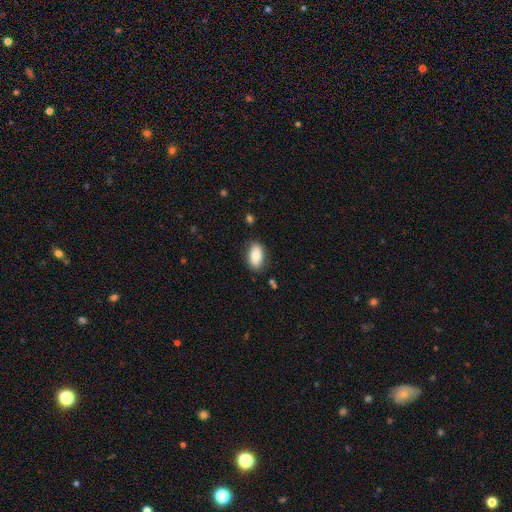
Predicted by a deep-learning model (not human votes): Smooth or featured: smooth — 80% (featured or disk — 13%)
How rounded: in between — 92% (round — 6%)
Merging: none — 82% (minor disturbance — 13%)